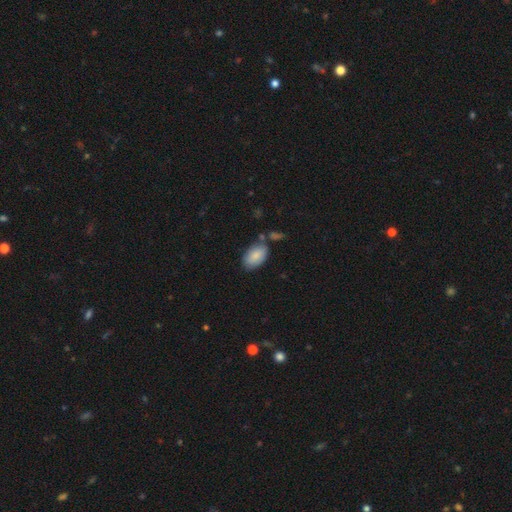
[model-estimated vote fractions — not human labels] smooth-or-featured: smooth: 86% | featured or disk: 8% | star or artifact: 6%
  how-rounded: in between: 94% | round: 4% | cigar-shaped: 2%
  merging: none: 70% | minor disturbance: 17% | merger: 9% | major disturbance: 4%